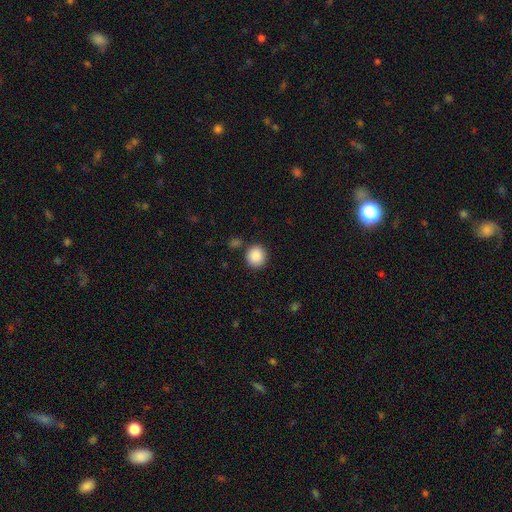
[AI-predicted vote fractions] A smooth galaxy with no disk features (89%) that is round (89%).

Vote fractions:
- Smooth or featured? smooth: 89% / star or artifact: 8% / featured or disk: 3%
- How rounded? round: 89% / in between: 10% / cigar-shaped: 1%
- Merging? none: 84% / minor disturbance: 9% / merger: 5% / major disturbance: 3%